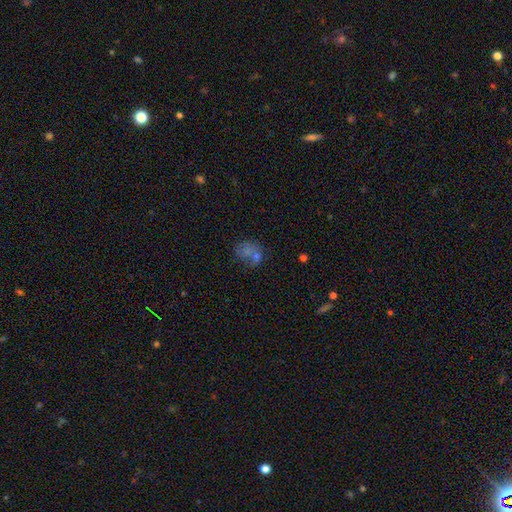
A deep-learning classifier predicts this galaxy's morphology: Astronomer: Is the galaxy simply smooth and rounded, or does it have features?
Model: smooth — 50% (runner-up: featured or disk, 27%).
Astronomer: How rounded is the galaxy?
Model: round — 54% (runner-up: in between, 45%).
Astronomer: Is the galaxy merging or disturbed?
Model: none — 41% (runner-up: merger, 29%).